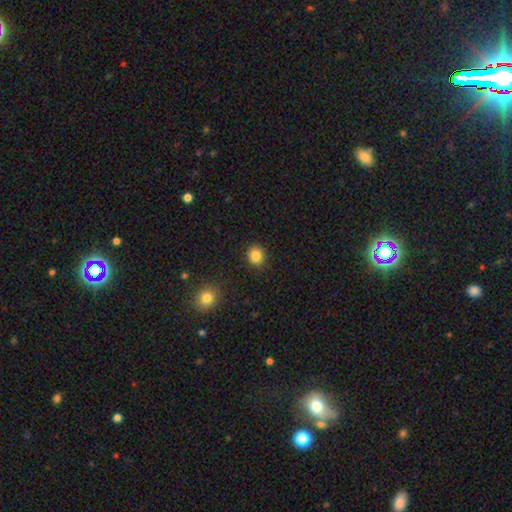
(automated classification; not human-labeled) A smooth galaxy with no disk features (85%) that is round (76%).

Vote fractions:
- Smooth or featured? smooth: 85% / star or artifact: 11% / featured or disk: 4%
- How rounded? round: 76% / in between: 23% / cigar-shaped: 1%
- Merging? none: 90% / minor disturbance: 7% / major disturbance: 2% / merger: 1%